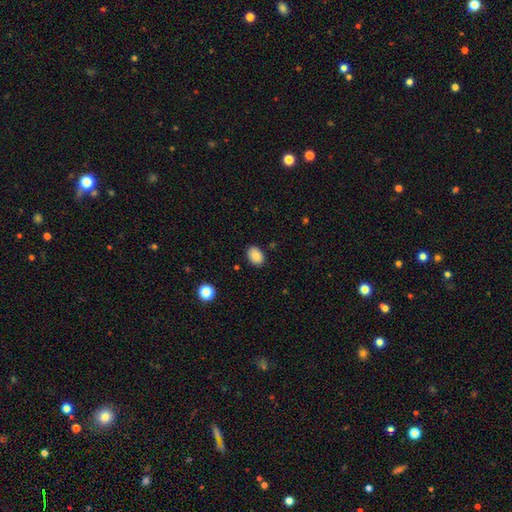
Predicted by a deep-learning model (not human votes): This appears to be a smooth galaxy with no disk features (88%) that is in between round and cigar-shaped (77%). Merging: none (87%).